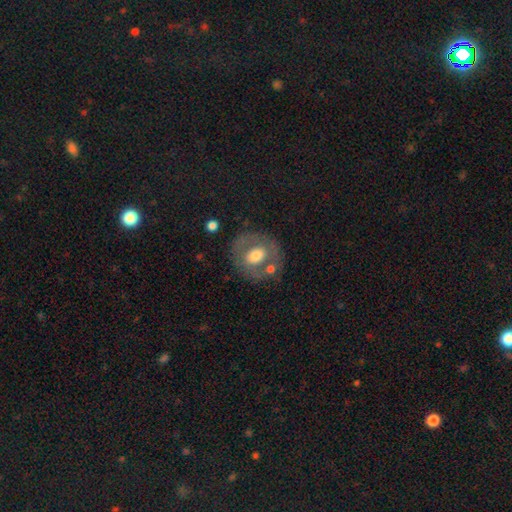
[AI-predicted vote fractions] The model was most divided on "smooth or featured": smooth: 50%, featured or disk: 42%, star or artifact: 8%. More confident: how rounded — round (71%); merging — none (64%).